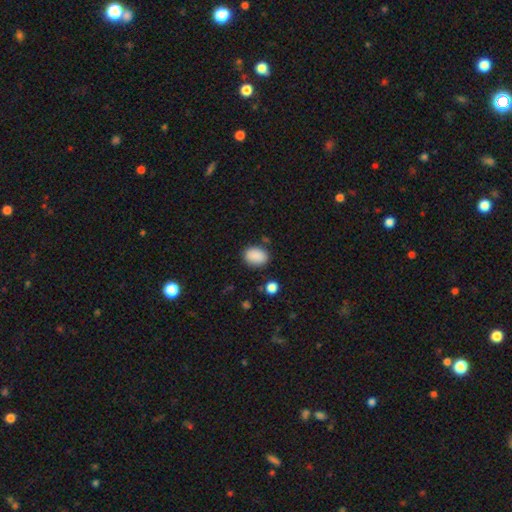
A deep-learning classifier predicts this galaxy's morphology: Q: Smooth or featured?
A: smooth (88%); runner-up: star or artifact (9%)
Q: How rounded?
A: in between (74%); runner-up: round (25%)
Q: Merging?
A: none (81%); runner-up: minor disturbance (13%)